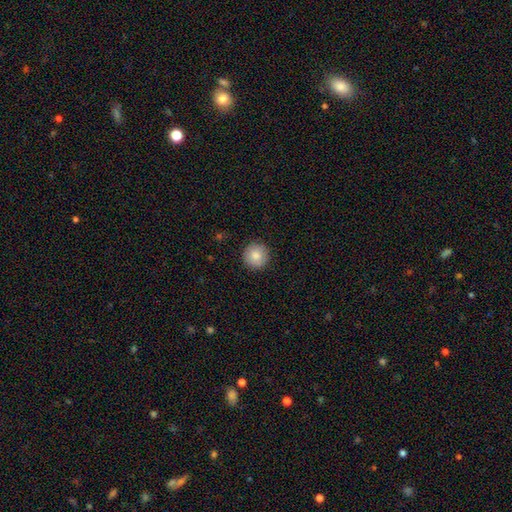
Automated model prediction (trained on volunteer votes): This is clearly a smooth galaxy (85%). How rounded: clearly round (96%). Merging: clearly none (92%).